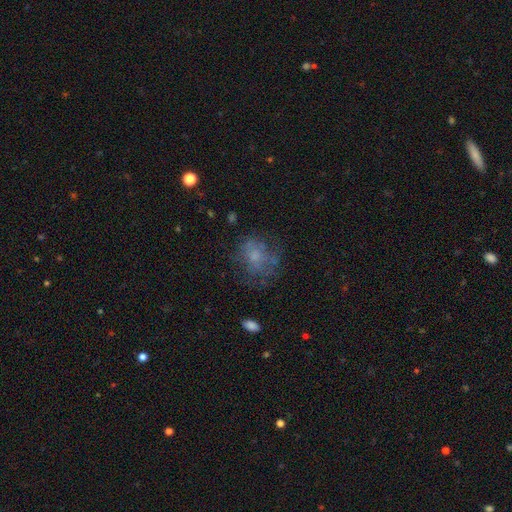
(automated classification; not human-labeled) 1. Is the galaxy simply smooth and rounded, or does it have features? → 55% smooth, 31% featured or disk, 15% star or artifact.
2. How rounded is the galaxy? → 59% round, 40% in between, 1% cigar-shaped.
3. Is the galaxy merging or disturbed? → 54% none, 22% minor disturbance, 22% major disturbance, 3% merger.